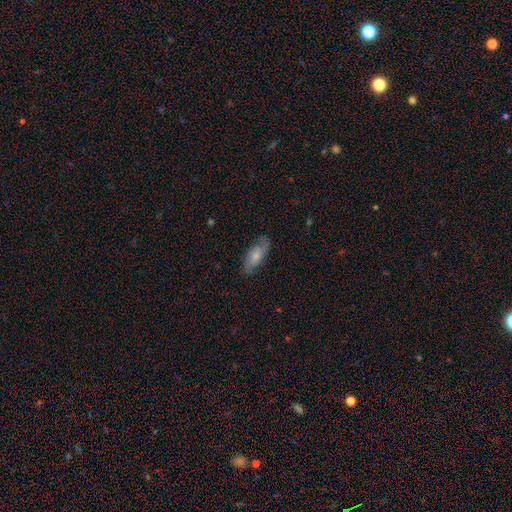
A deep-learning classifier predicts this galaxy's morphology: This is possibly a smooth galaxy (52%). How rounded: likely in between (77%). Merging: likely none (75%).